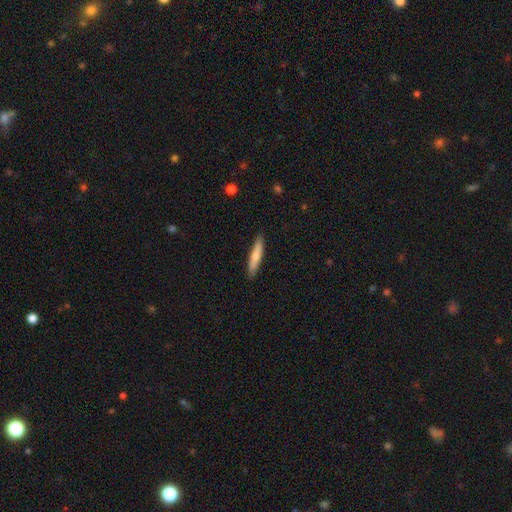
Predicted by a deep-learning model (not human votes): Smooth or featured? Predicted: smooth (p=0.75). How rounded? Predicted: cigar-shaped (p=0.89). Merging? Predicted: none (p=0.89).